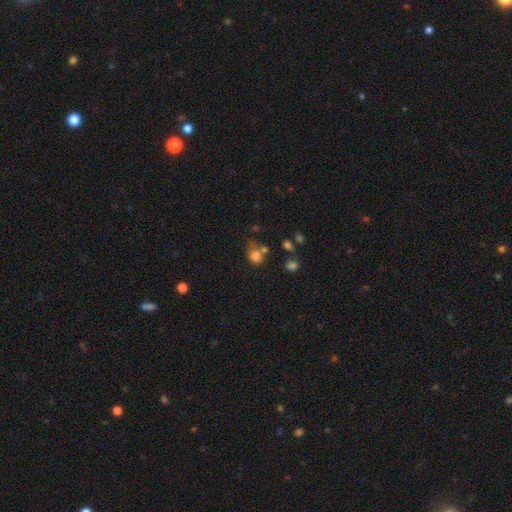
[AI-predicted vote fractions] smooth_or_featured: smooth (p=0.79) [alt: star or artifact p=0.12]
how_rounded: round (p=0.63) [alt: in between p=0.36]
merging: none (p=0.46) [alt: merger p=0.22]